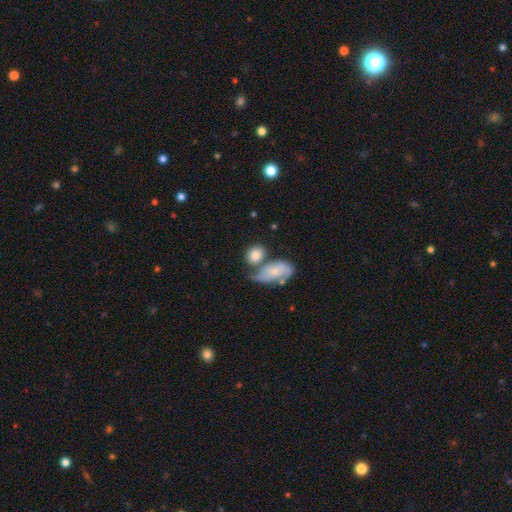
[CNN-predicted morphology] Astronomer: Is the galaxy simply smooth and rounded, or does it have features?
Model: smooth — 79%.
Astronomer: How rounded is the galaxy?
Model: in between — 54% (runner-up: round, 43%).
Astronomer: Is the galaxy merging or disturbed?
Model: none — 44% (runner-up: merger, 32%).